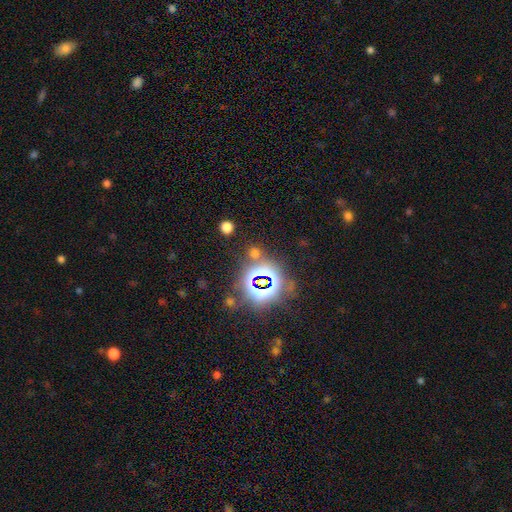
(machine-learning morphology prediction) A star or artifact, not a galaxy (75%).